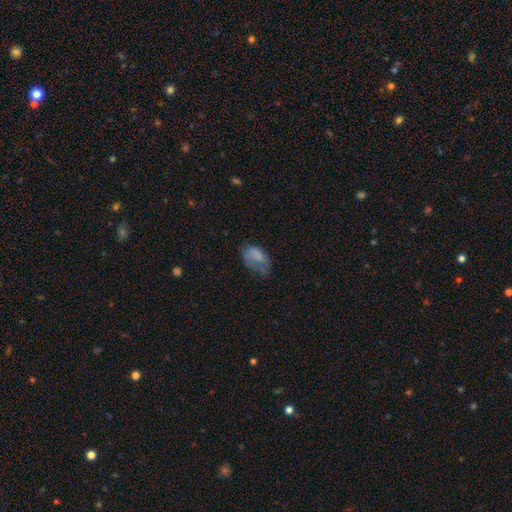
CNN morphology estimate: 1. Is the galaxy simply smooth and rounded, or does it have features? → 73% smooth, 17% featured or disk, 10% star or artifact.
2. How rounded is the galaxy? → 91% in between, 7% round, 2% cigar-shaped.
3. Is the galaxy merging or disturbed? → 35% minor disturbance, 33% major disturbance, 30% none, 2% merger.